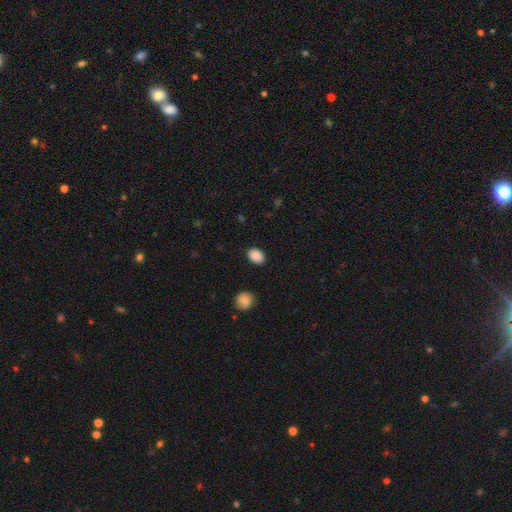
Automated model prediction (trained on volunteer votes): This appears to be a smooth galaxy with no disk features (89%) that is in between round and cigar-shaped (74%). Merging: none (88%).